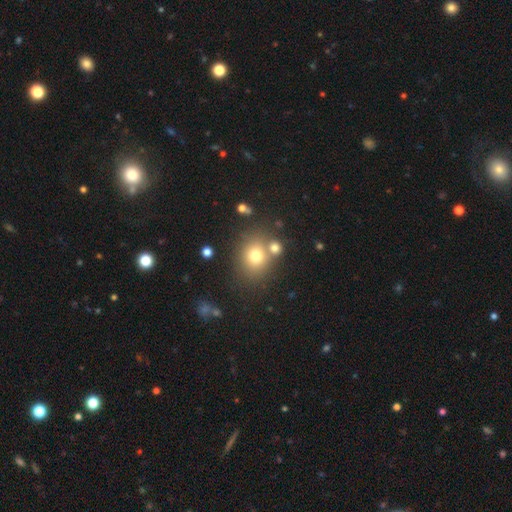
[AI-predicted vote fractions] Morphology: type=smooth (73%); roundness=round (71%); merging=none (65%).